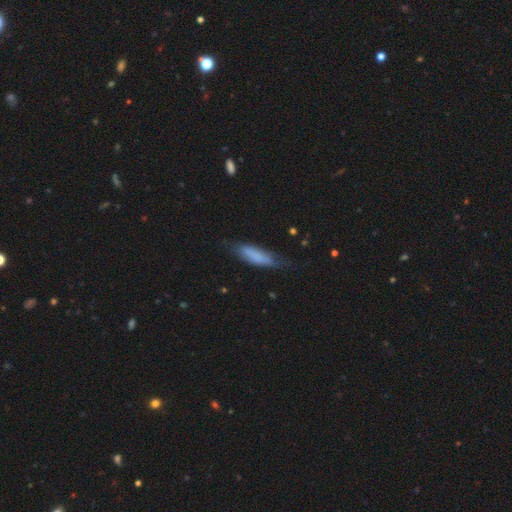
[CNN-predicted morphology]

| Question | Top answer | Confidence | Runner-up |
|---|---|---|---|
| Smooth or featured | smooth | 72% | featured or disk (20%) |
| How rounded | cigar-shaped | 56% | in between (43%) |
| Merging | none | 59% | minor disturbance (29%) |